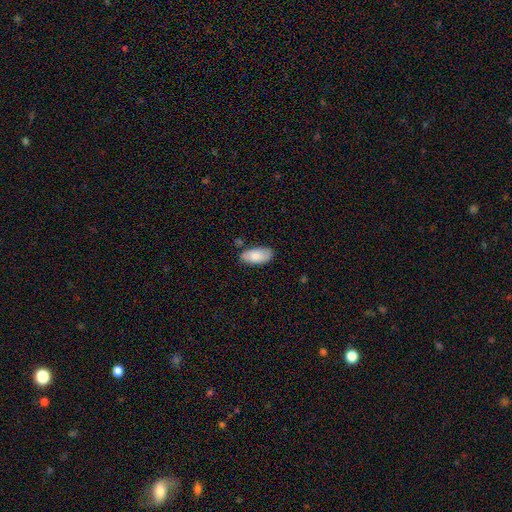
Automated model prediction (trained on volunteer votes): smooth 82%, featured or disk 12%, star or artifact 6%. Down the decision tree: how rounded — in between (93%); merging — none (75%).